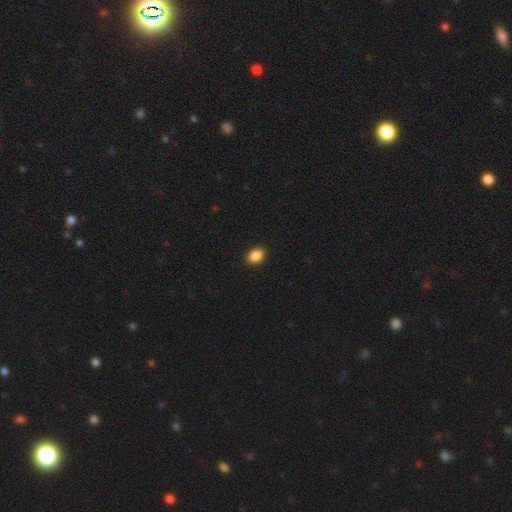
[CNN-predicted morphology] type=smooth (88%); roundness=in between (69%); merging=none (89%).